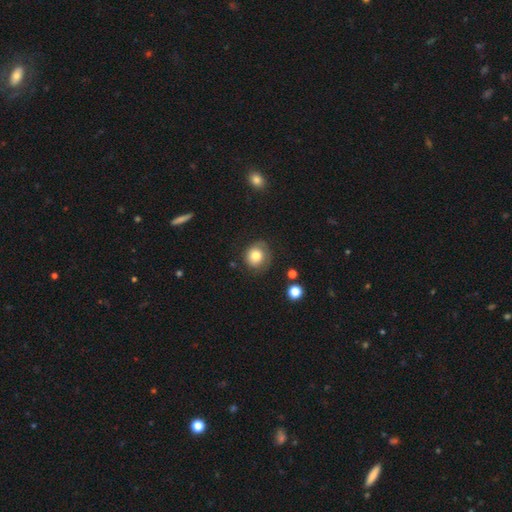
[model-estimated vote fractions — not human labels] Smooth or featured: smooth — 74% (featured or disk — 17%)
How rounded: round — 82% (in between — 17%)
Merging: none — 71% (minor disturbance — 19%)